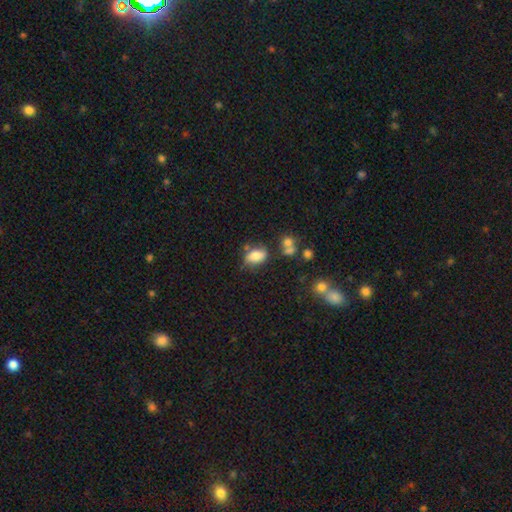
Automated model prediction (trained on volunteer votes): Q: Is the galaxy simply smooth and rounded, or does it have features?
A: smooth — 72%.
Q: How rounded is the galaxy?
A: in between — 84%.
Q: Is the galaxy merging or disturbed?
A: none — 50%.